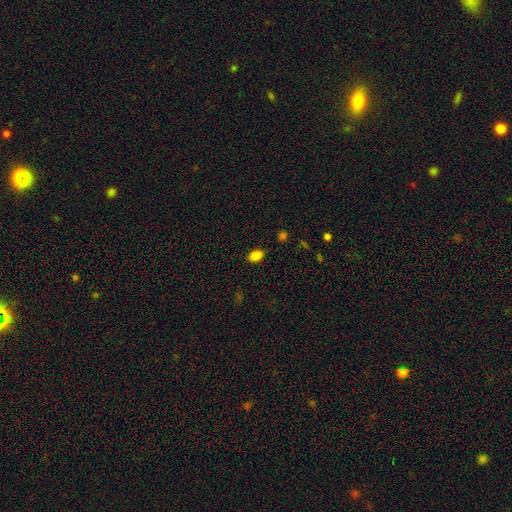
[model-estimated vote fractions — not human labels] smooth_or_featured: smooth (p=0.83) [alt: star or artifact p=0.10]
how_rounded: in between (p=0.83) [alt: round p=0.15]
merging: none (p=0.86) [alt: minor disturbance p=0.11]